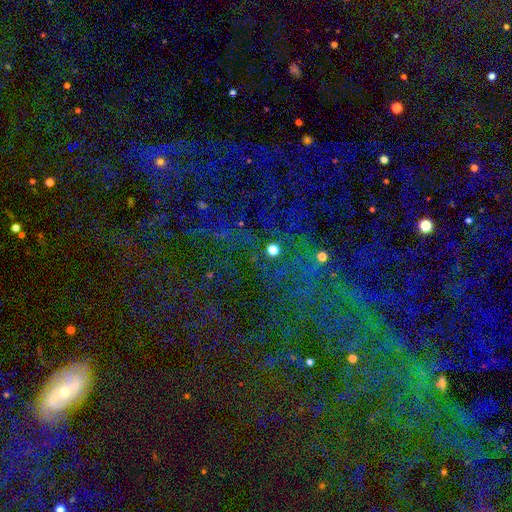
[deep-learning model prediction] Smooth or featured? Predicted: star or artifact (p=0.78).